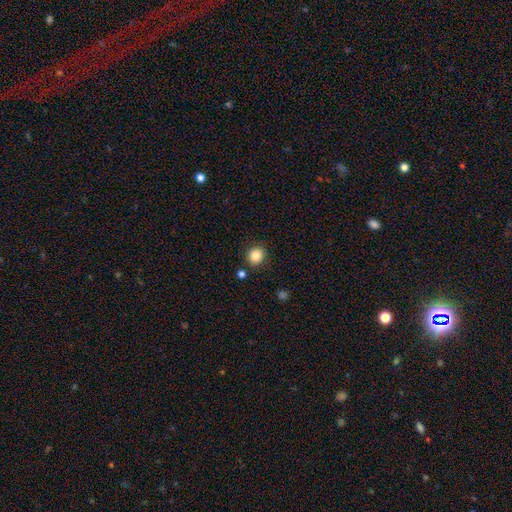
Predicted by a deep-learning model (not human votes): Smooth or featured? Predicted: smooth (p=0.85). How rounded? Predicted: round (p=0.83). Merging? Predicted: none (p=0.85).